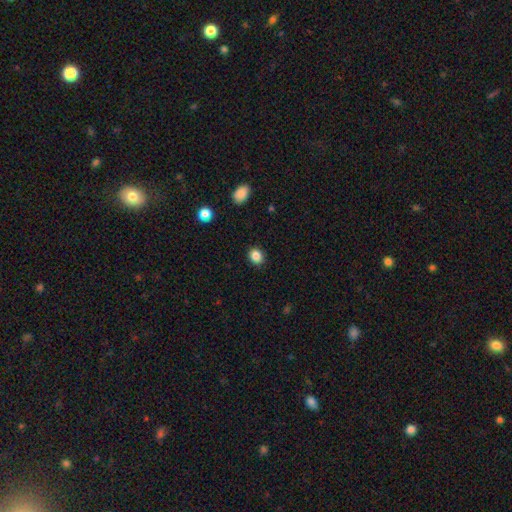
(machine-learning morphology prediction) Smooth or featured: smooth — 86% (star or artifact — 10%)
How rounded: round — 60% (in between — 39%)
Merging: none — 89% (minor disturbance — 8%)